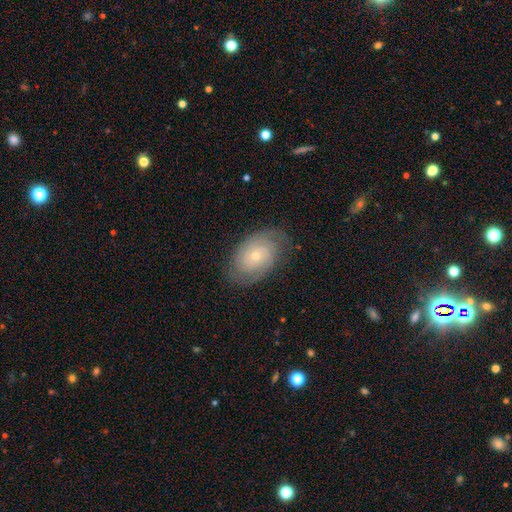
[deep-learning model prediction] This appears to be a featured or disk galaxy (69%) with no bar (79%), 2 (49%) tight (65%) spiral arms (87%) and a small central bulge (70%). Merging: none (78%).